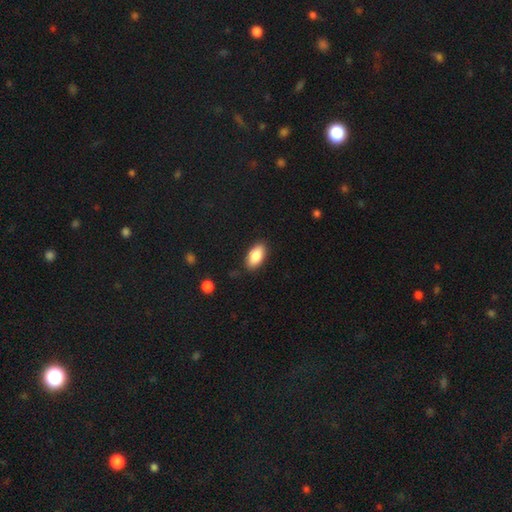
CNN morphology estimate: Q: Smooth or featured?
A: smooth (86%); runner-up: featured or disk (8%)
Q: How rounded?
A: in between (92%); runner-up: cigar-shaped (5%)
Q: Merging?
A: none (86%); runner-up: minor disturbance (11%)